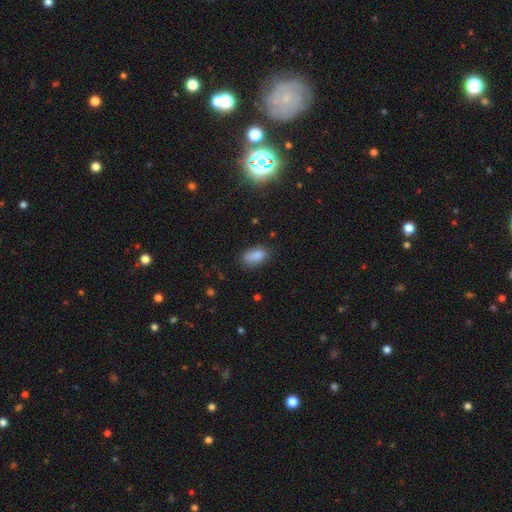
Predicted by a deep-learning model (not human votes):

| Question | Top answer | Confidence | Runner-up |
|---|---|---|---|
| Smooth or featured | smooth | 86% | star or artifact (9%) |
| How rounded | in between | 90% | cigar-shaped (5%) |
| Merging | none | 75% | minor disturbance (18%) |